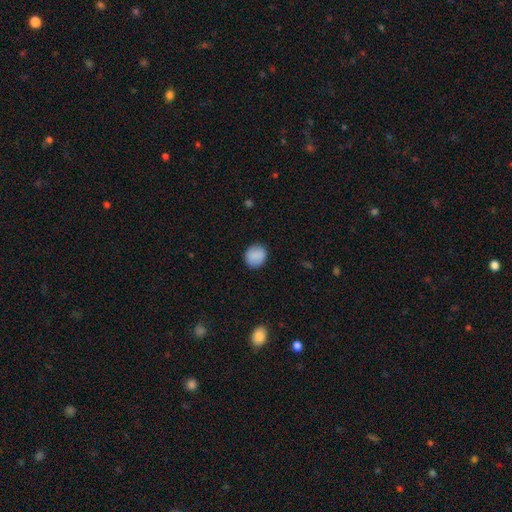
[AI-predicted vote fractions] smooth-or-featured: smooth: 88% | star or artifact: 8% | featured or disk: 5%
  how-rounded: round: 82% | in between: 17% | cigar-shaped: 1%
  merging: none: 88% | minor disturbance: 9% | major disturbance: 2% | merger: 1%